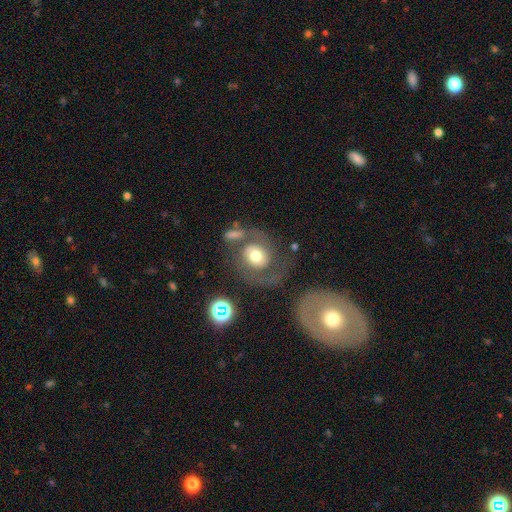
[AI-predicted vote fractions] Smooth or featured?
  - featured or disk: 68% *
  - smooth: 24%
  - star or artifact: 8%
Edge-on disk?
  - no: 97% *
  - yes: 3%
Bar?
  - no: 70% *
  - weak: 24%
  - strong: 7%
Spiral arms?
  - yes: 84% *
  - no: 16%
Spiral winding?
  - medium: 48% *
  - tight: 26%
  - loose: 26%
Spiral arm count?
  - 2: 82% *
  - 1: 8%
  - can't tell: 6%
  - 3: 1%
  - 4: 1%
  - more than 4: 1%
Bulge size?
  - moderate: 62% *
  - large: 23%
  - small: 10%
  - dominant: 3%
  - none: 2%
Merging?
  - none: 53% *
  - major disturbance: 19%
  - minor disturbance: 16%
  - merger: 12%